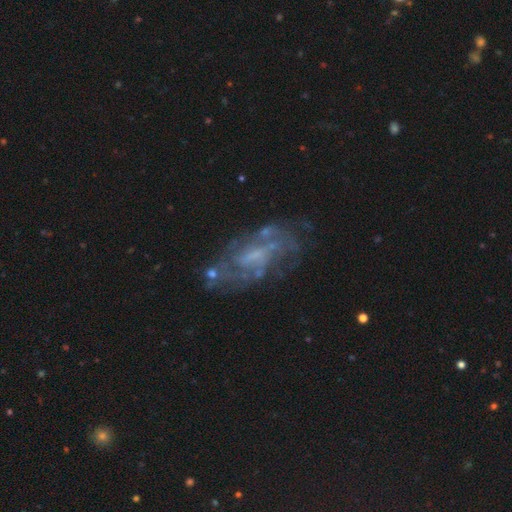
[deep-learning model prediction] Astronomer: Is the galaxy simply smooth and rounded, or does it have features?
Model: featured or disk — 77%.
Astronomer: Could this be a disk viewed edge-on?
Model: no — 93%.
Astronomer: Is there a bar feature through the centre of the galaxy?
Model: weak — 46% (runner-up: no, 41%).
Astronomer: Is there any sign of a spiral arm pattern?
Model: yes — 79%.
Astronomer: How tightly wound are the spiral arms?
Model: medium — 42% (runner-up: tight, 37%).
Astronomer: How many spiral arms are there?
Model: can't tell — 48% (runner-up: 2, 26%).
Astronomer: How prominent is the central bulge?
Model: small — 42% (runner-up: none, 32%).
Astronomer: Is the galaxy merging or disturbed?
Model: none — 64%.